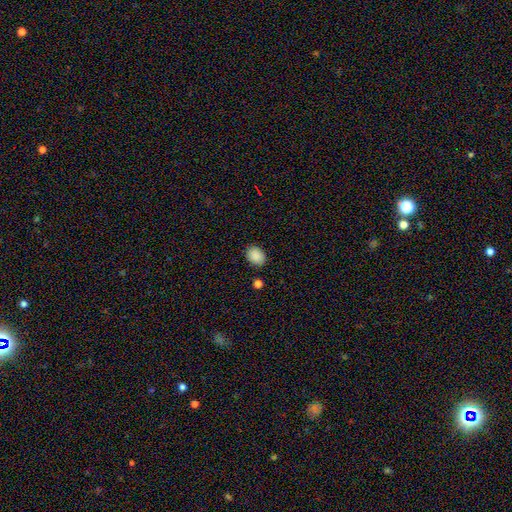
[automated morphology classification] type=smooth (89%); roundness=in between (71%); merging=none (87%).